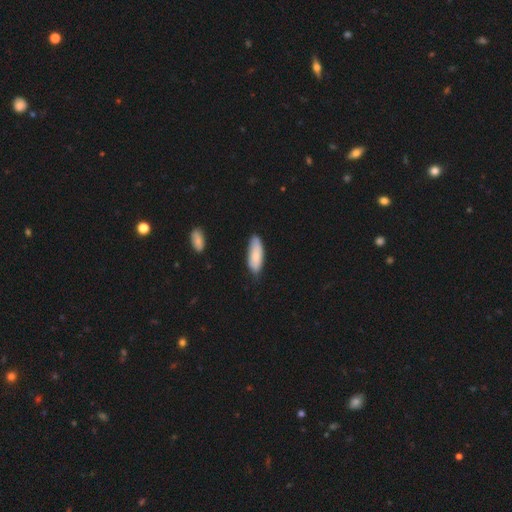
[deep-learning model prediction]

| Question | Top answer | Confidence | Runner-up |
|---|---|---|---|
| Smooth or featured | smooth | 83% | featured or disk (11%) |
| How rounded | in between | 69% | cigar-shaped (29%) |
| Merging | none | 71% | minor disturbance (24%) |